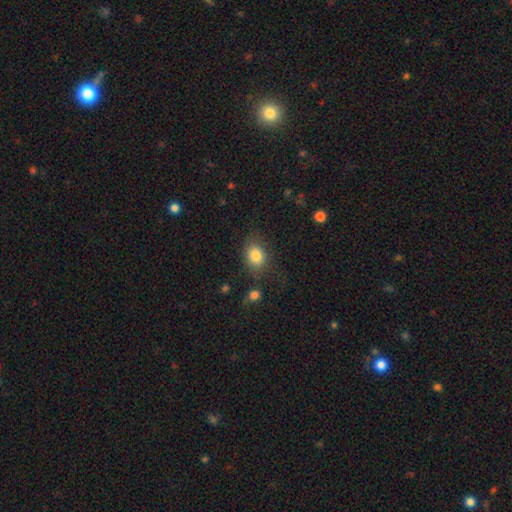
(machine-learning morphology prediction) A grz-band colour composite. It shows a smooth galaxy with no disk features (84%) that is in between round and cigar-shaped (58%). Merging: none (72%).